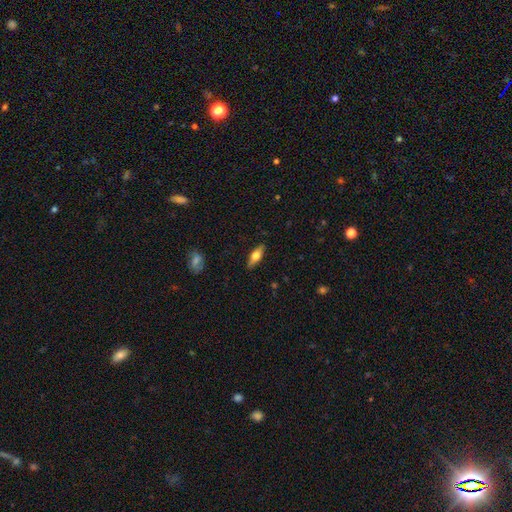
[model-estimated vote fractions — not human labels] This appears to be a smooth galaxy with no disk features (56%) that is in between round and cigar-shaped (62%). Merging: none (88%).